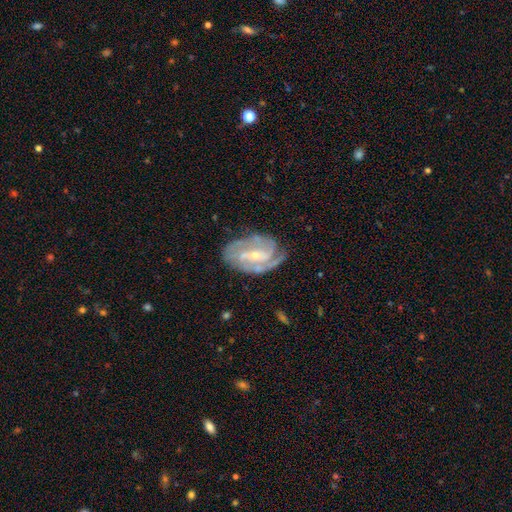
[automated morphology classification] The model was most divided on "spiral winding": tight: 48%, medium: 41%, loose: 11%. Remaining: edge-on disk — no (96%); spiral arms — yes (96%); smooth or featured — featured or disk (89%); merging — none (69%); bulge size — small (66%); bar — weak (41%); spiral arm count — 2 (39%).